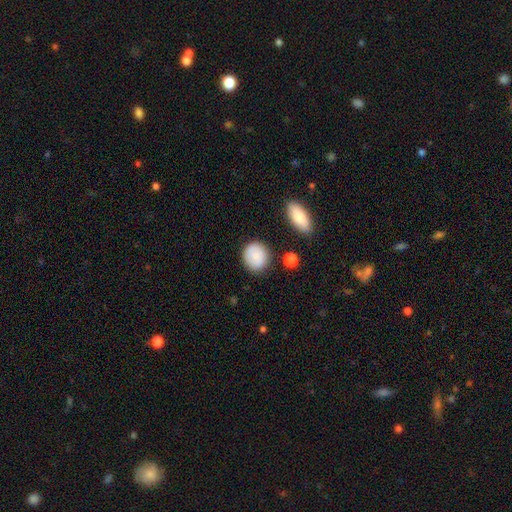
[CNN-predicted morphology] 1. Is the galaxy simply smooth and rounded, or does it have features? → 85% smooth, 8% featured or disk, 7% star or artifact.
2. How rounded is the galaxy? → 83% round, 16% in between, 1% cigar-shaped.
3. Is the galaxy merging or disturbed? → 84% none, 11% minor disturbance, 3% major disturbance, 3% merger.